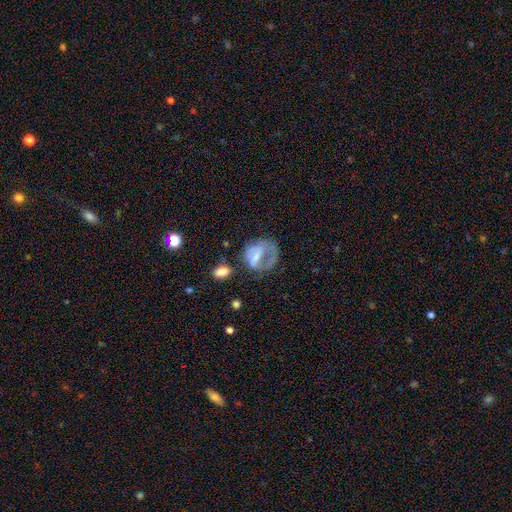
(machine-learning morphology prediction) This is possibly a featured or disk galaxy (50%). Merging: marginally major disturbance (44%).